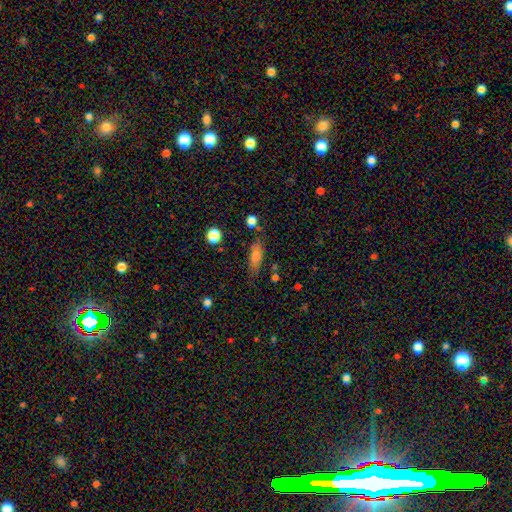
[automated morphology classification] smooth-or-featured: smooth: 70% | featured or disk: 19% | star or artifact: 11%
  how-rounded: in between: 57% | cigar-shaped: 39% | round: 4%
  merging: none: 72% | minor disturbance: 18% | major disturbance: 6% | merger: 5%